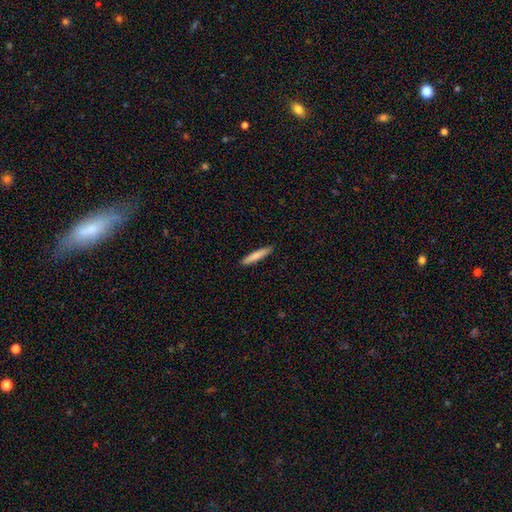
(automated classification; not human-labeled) Smooth or featured: smooth — 80% (featured or disk — 15%)
How rounded: cigar-shaped — 93% (in between — 6%)
Merging: none — 91% (minor disturbance — 7%)